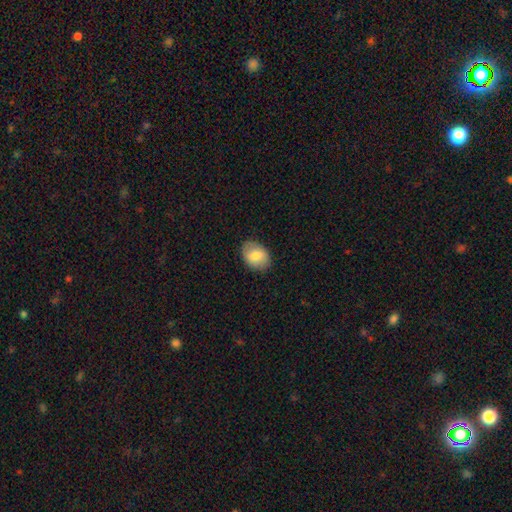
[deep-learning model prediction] A smooth galaxy with no disk features (77%) that is in between round and cigar-shaped (76%).

Vote fractions:
- Smooth or featured? smooth: 77% / featured or disk: 16% / star or artifact: 7%
- How rounded? in between: 76% / round: 23% / cigar-shaped: 1%
- Merging? none: 84% / minor disturbance: 12% / major disturbance: 3% / merger: 1%